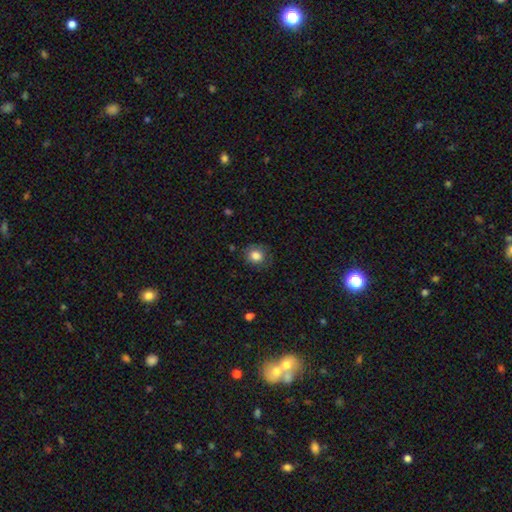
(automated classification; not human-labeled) Smooth or featured?
  - smooth: 83% *
  - star or artifact: 10%
  - featured or disk: 7%
How rounded?
  - round: 79% *
  - in between: 20%
  - cigar-shaped: 1%
Merging?
  - none: 76% *
  - minor disturbance: 17%
  - major disturbance: 5%
  - merger: 1%